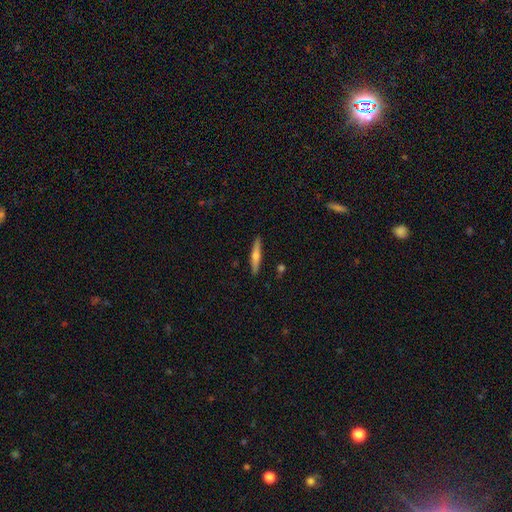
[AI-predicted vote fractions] The model was most divided on "smooth or featured": smooth: 49%, featured or disk: 45%, star or artifact: 6%. More confident: merging — none (90%).